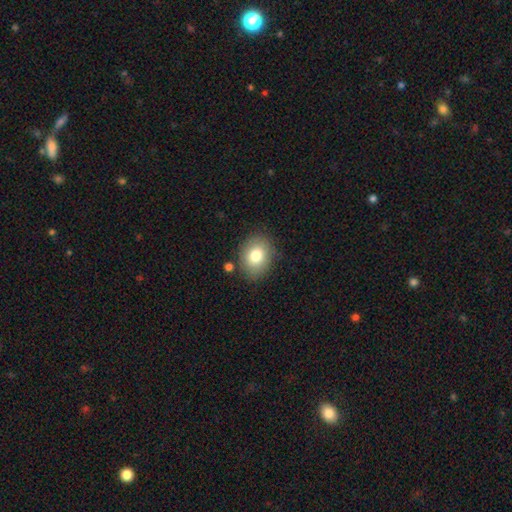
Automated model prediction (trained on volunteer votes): This appears to be a smooth galaxy with no disk features (80%) that is in between round and cigar-shaped (56%). Merging: none (82%).